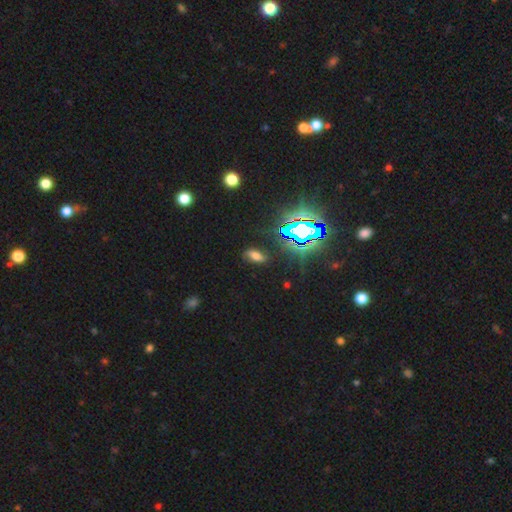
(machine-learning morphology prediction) smooth 44%, star or artifact 40%, featured or disk 16%. Down the decision tree: merging — none (78%).